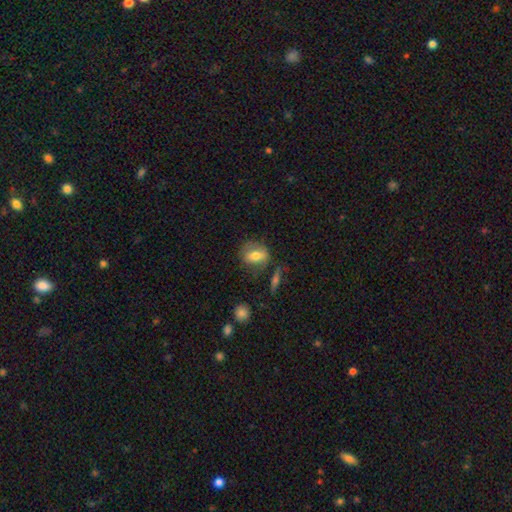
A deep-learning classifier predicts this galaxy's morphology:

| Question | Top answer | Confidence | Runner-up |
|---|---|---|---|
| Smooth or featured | smooth | 66% | featured or disk (26%) |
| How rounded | in between | 57% | round (39%) |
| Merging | none | 66% | minor disturbance (20%) |